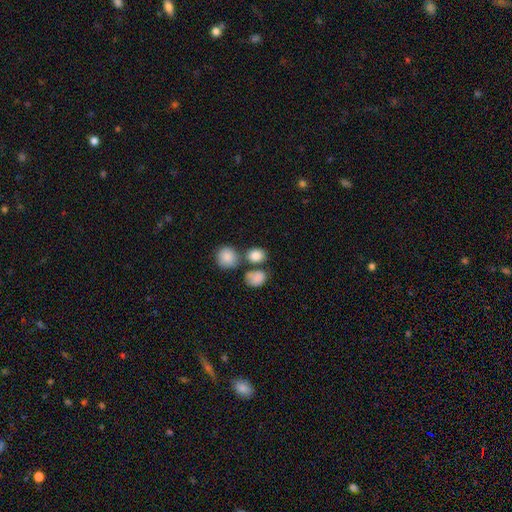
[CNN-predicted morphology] Q: Smooth or featured?
A: smooth (85%); runner-up: star or artifact (9%)
Q: How rounded?
A: round (51%); runner-up: in between (48%)
Q: Merging?
A: none (56%); runner-up: merger (28%)